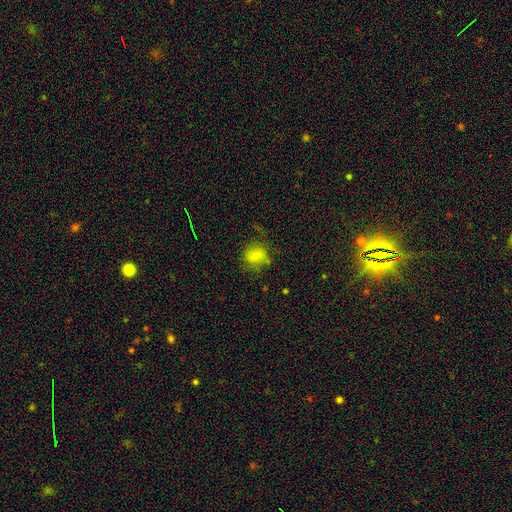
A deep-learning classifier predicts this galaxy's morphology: This is likely a smooth galaxy (73%). How rounded: possibly in between (51%). Merging: possibly none (53%).